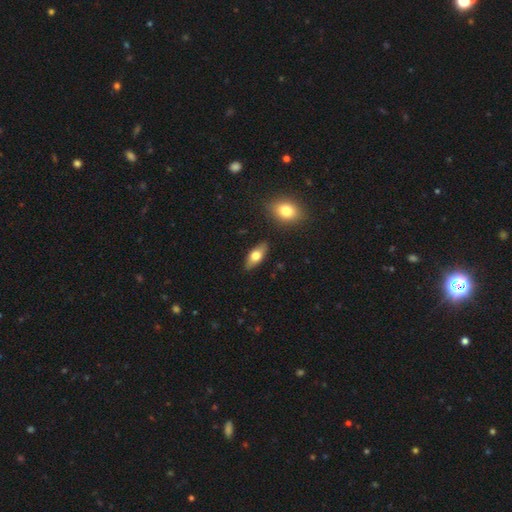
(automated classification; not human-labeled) A smooth galaxy with no disk features (68%) that is in between round and cigar-shaped (80%). Merging: none (87%).